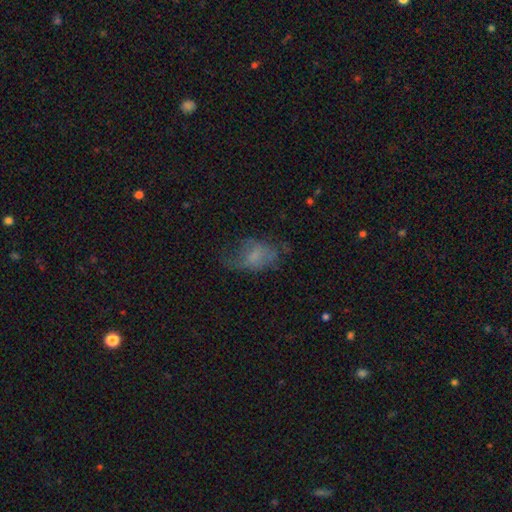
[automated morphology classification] Smooth or featured? smooth (54%)
How rounded? in between (87%)
Merging? none (38%)